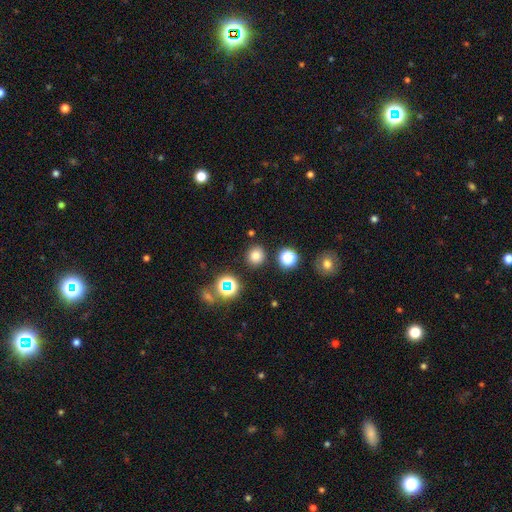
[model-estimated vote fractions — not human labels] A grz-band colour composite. It shows a smooth galaxy with no disk features (75%) that is round (90%). Merging: none (87%).